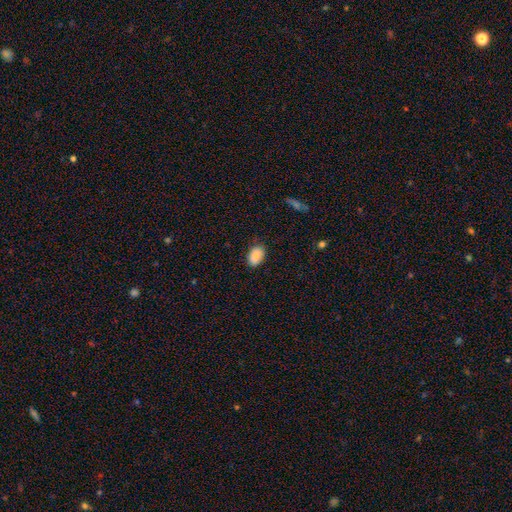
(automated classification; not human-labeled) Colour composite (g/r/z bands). It shows a smooth galaxy with no disk features (83%) that is in between round and cigar-shaped (87%). Merging: none (80%).